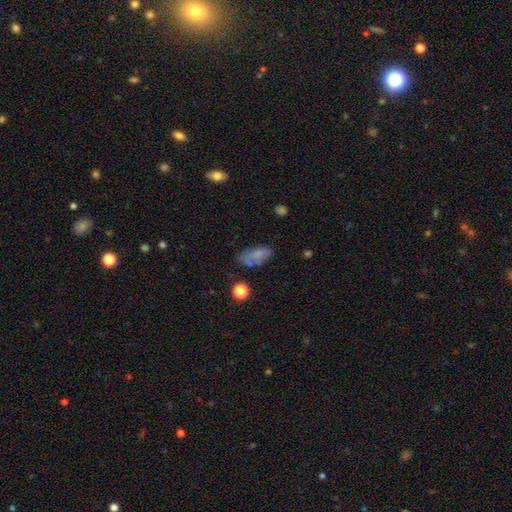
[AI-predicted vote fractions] Q: Smooth or featured?
A: smooth (68%); runner-up: featured or disk (20%)
Q: How rounded?
A: in between (82%); runner-up: cigar-shaped (13%)
Q: Merging?
A: none (59%); runner-up: minor disturbance (25%)